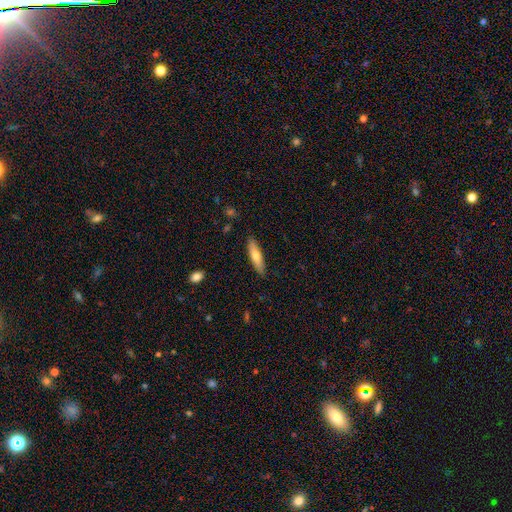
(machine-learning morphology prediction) The model was most divided on "smooth or featured": smooth: 64%, featured or disk: 30%, star or artifact: 6%. More confident: merging — none (87%); how rounded — cigar-shaped (74%).